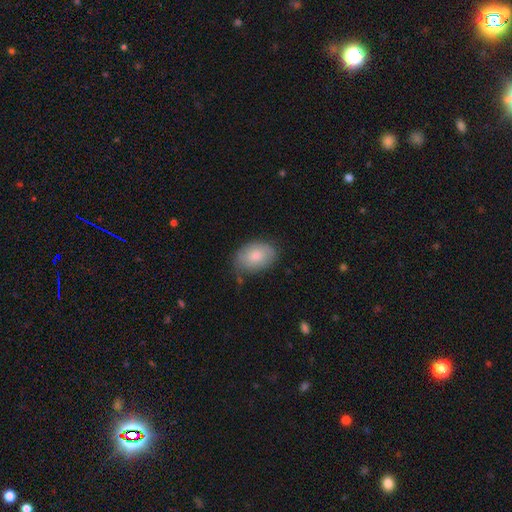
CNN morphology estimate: A smooth galaxy with no disk features (78%) that is in between round and cigar-shaped (82%).

Vote fractions:
- Smooth or featured? smooth: 78% / featured or disk: 16% / star or artifact: 6%
- How rounded? in between: 82% / round: 17% / cigar-shaped: 1%
- Merging? none: 69% / minor disturbance: 24% / major disturbance: 5% / merger: 2%